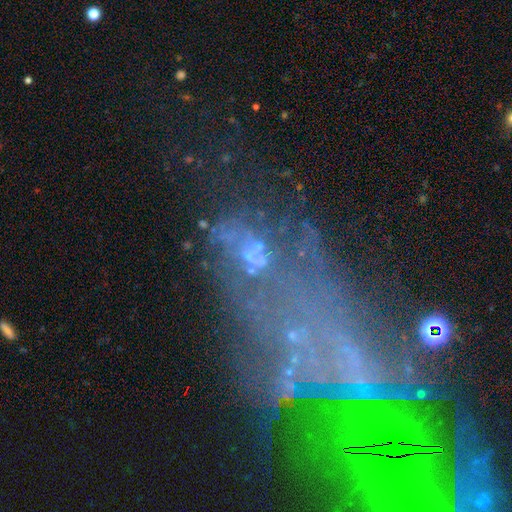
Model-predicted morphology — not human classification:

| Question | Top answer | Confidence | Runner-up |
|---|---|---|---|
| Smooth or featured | featured or disk | 46% | star or artifact (36%) |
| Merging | none | 37% | major disturbance (31%) |